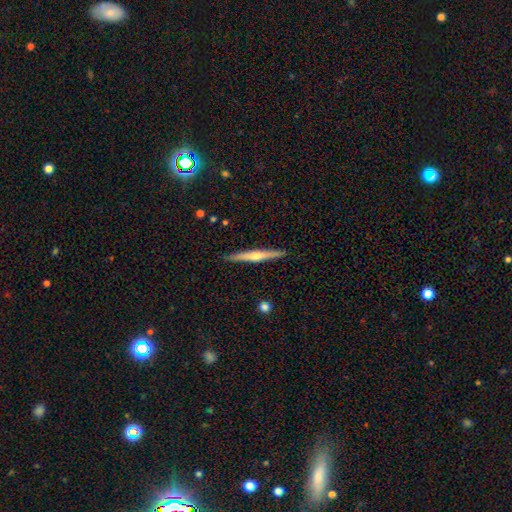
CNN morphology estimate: featured or disk 66%, smooth 28%, star or artifact 6%. Down the decision tree: edge-on disk — yes (98%); edge-on bulge — rounded (84%); merging — none (91%).